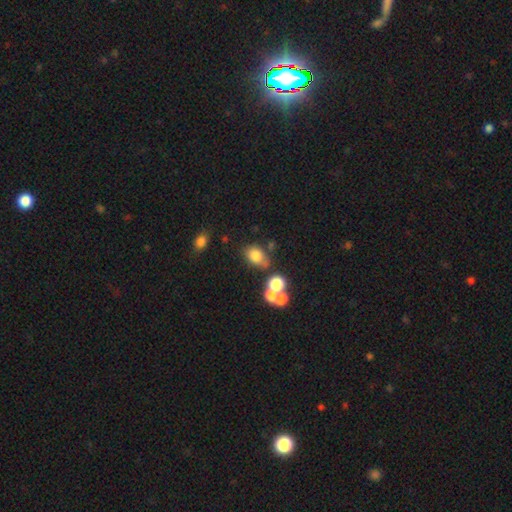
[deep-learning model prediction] A smooth galaxy with no disk features (75%) that is in between round and cigar-shaped (62%). Merging: none (53%).